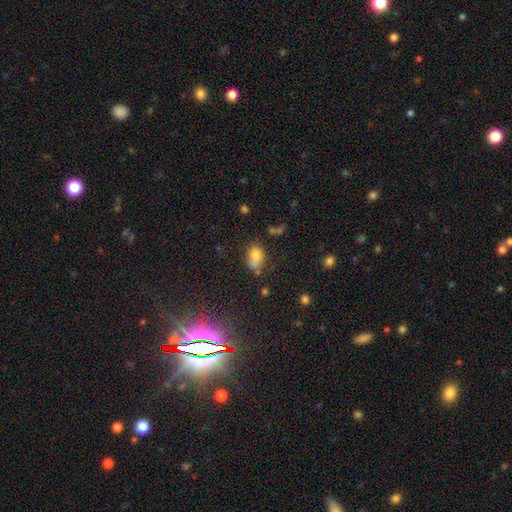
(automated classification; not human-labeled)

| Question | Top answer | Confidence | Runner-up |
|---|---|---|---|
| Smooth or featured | smooth | 75% | star or artifact (15%) |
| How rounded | in between | 79% | round (19%) |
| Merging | none | 49% | minor disturbance (25%) |